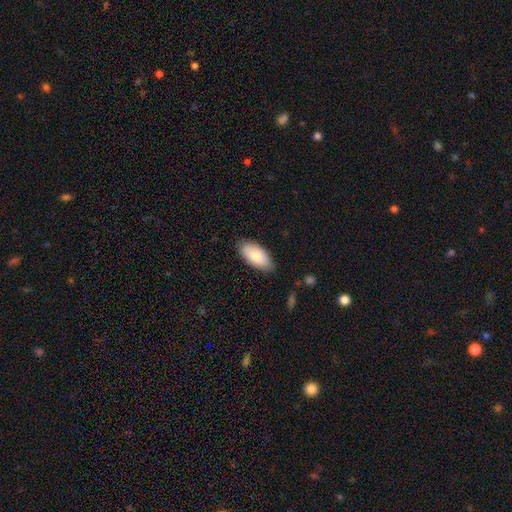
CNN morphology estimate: smooth-or-featured: smooth: 86% | featured or disk: 9% | star or artifact: 6%
  how-rounded: in between: 93% | cigar-shaped: 5% | round: 2%
  merging: none: 82% | minor disturbance: 15% | major disturbance: 3% | merger: 1%